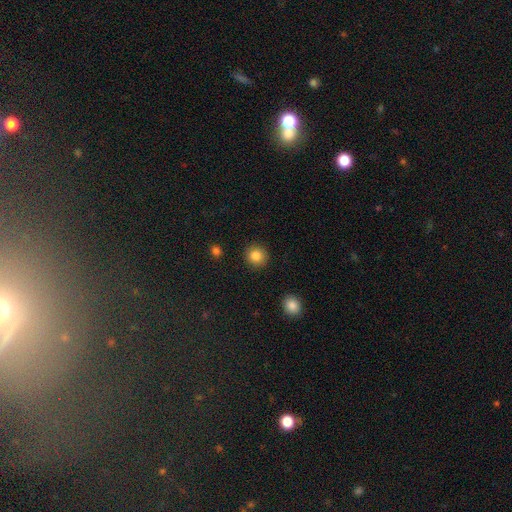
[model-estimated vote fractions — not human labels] Smooth or featured? Predicted: smooth (p=0.85). How rounded? Predicted: round (p=0.92). Merging? Predicted: none (p=0.91).